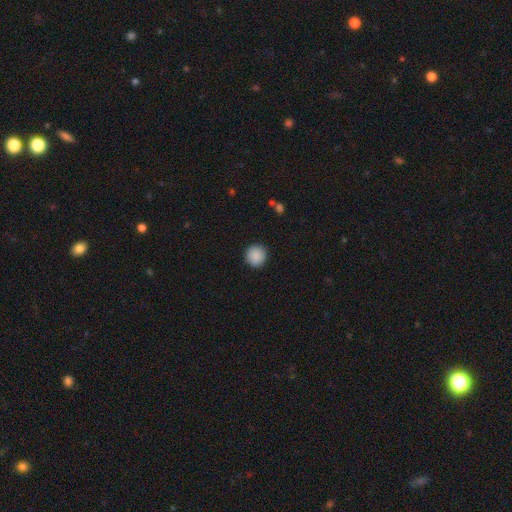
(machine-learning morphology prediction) smooth 90%, star or artifact 8%, featured or disk 3%. Down the decision tree: how rounded — round (95%); merging — none (92%).